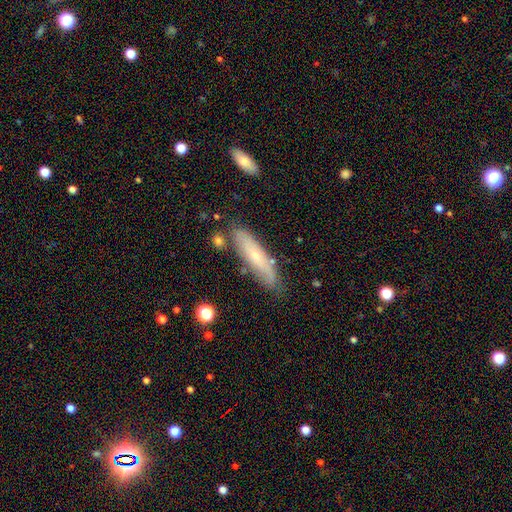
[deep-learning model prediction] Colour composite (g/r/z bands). It shows a smooth galaxy with no disk features (47%). Merging: none (73%).